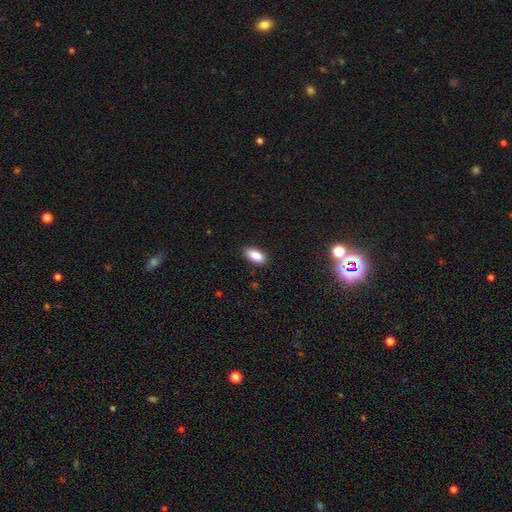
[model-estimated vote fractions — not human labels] smooth-or-featured: smooth: 87% | star or artifact: 8% | featured or disk: 5%
  how-rounded: in between: 90% | cigar-shaped: 8% | round: 3%
  merging: none: 86% | minor disturbance: 11% | major disturbance: 2% | merger: 1%